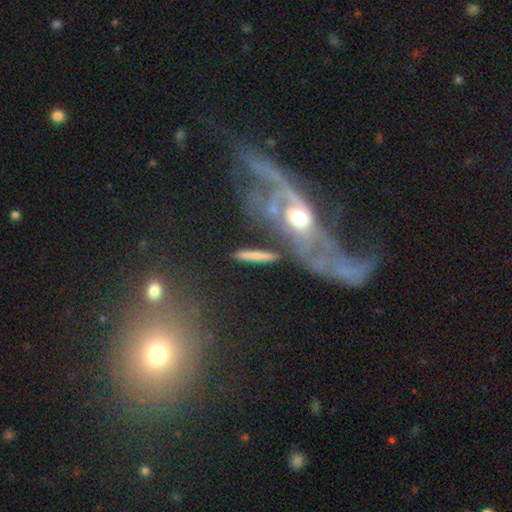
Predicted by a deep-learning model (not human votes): This is possibly a smooth galaxy (52%). How rounded: likely cigar-shaped (71%). Merging: likely none (62%).